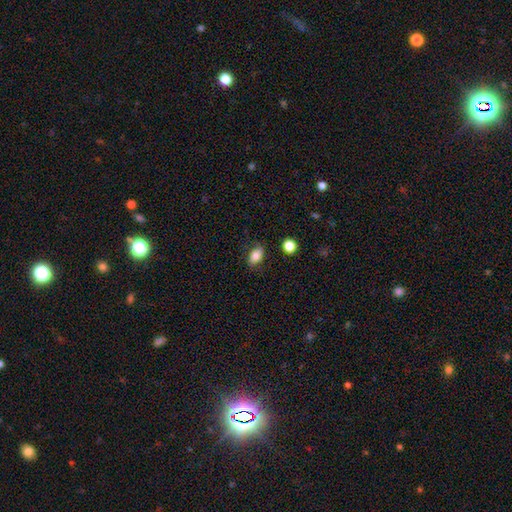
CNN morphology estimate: smooth_or_featured: smooth (p=0.82) [alt: featured or disk p=0.09]
how_rounded: in between (p=0.87) [alt: round p=0.11]
merging: none (p=0.81) [alt: minor disturbance p=0.14]